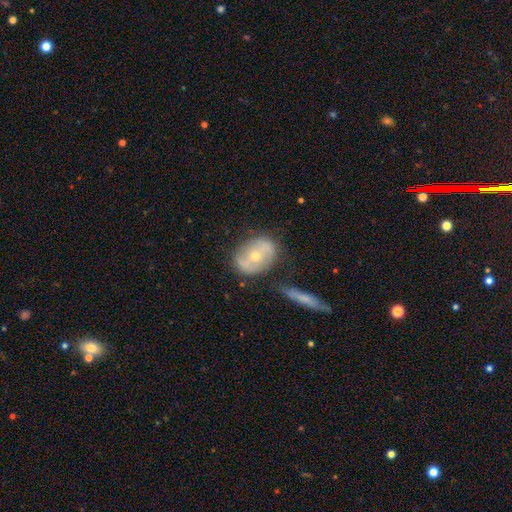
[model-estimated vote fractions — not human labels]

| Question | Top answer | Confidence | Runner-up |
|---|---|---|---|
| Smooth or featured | featured or disk | 60% | smooth (33%) |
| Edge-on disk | no | 92% | yes (8%) |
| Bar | no | 52% | weak (26%) |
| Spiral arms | yes | 58% | no (42%) |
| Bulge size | small | 53% | moderate (44%) |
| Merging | none | 69% | minor disturbance (18%) |